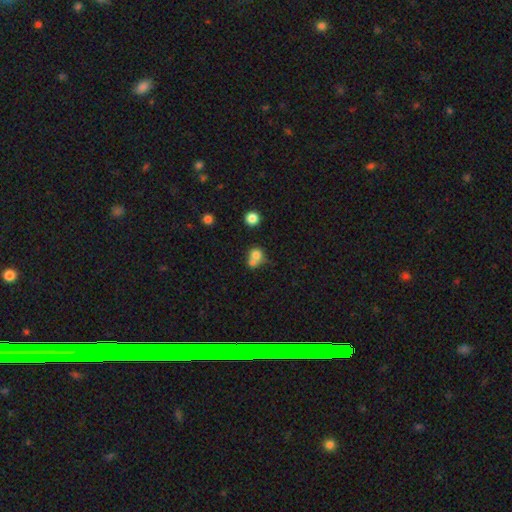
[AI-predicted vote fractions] smooth-or-featured: smooth: 75% | featured or disk: 13% | star or artifact: 12%
  how-rounded: round: 77% | in between: 22% | cigar-shaped: 1%
  merging: merger: 54% | none: 34% | minor disturbance: 8% | major disturbance: 4%